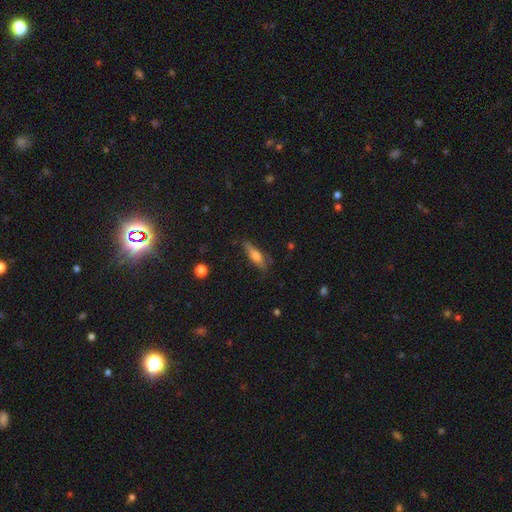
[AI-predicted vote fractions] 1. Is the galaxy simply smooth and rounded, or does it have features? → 53% smooth, 40% featured or disk, 8% star or artifact.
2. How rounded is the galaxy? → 67% cigar-shaped, 30% in between, 3% round.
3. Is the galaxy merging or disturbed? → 73% none, 20% minor disturbance, 5% major disturbance, 2% merger.